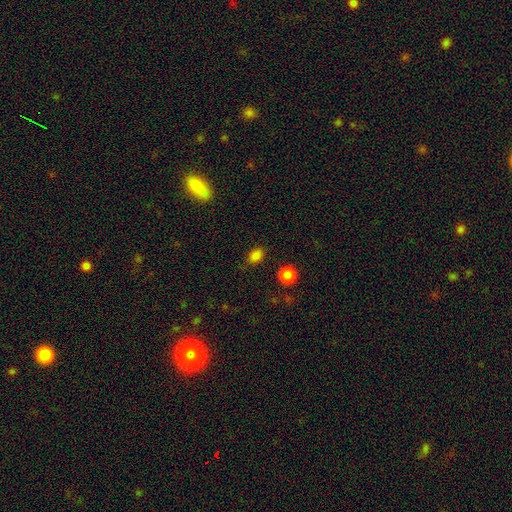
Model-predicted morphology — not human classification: Smooth or featured? Predicted: smooth (p=0.83). How rounded? Predicted: in between (p=0.72). Merging? Predicted: none (p=0.83).